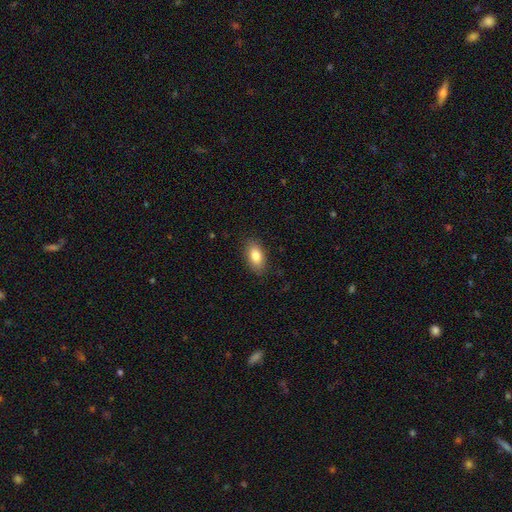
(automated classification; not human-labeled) smooth-or-featured: smooth: 83% | featured or disk: 9% | star or artifact: 7%
  how-rounded: in between: 91% | round: 5% | cigar-shaped: 4%
  merging: none: 85% | minor disturbance: 11% | major disturbance: 3% | merger: 1%